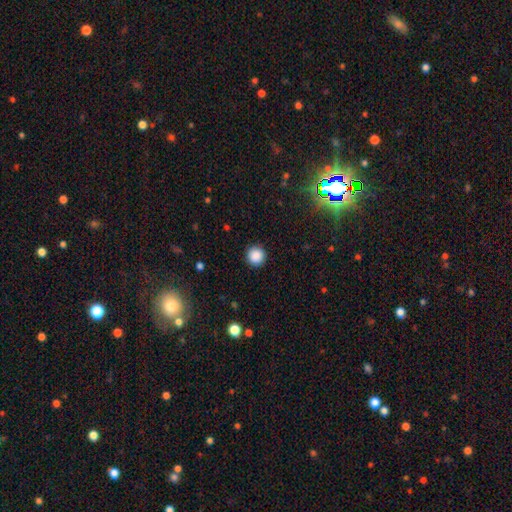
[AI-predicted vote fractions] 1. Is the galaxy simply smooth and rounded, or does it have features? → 87% smooth, 10% star or artifact, 3% featured or disk.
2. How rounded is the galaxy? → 95% round, 4% in between, 1% cigar-shaped.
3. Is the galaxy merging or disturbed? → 92% none, 5% minor disturbance, 2% major disturbance, 1% merger.